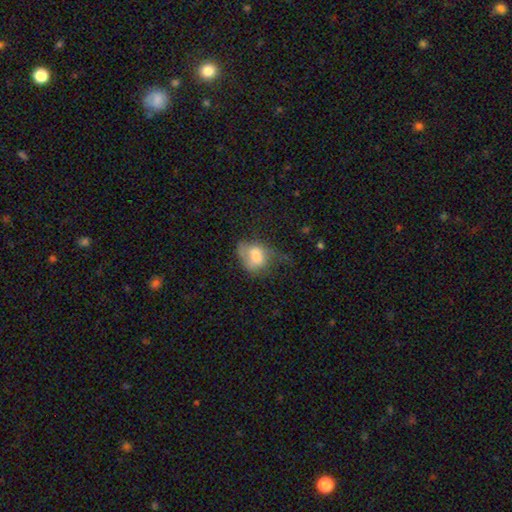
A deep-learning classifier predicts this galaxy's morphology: Smooth or featured? smooth (64%)
How rounded? in between (71%)
Merging? major disturbance (37%)